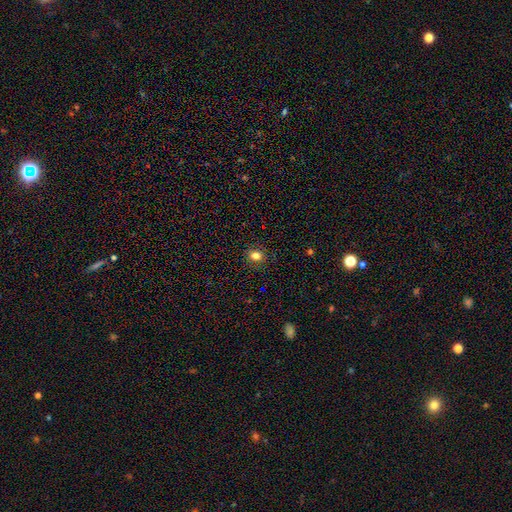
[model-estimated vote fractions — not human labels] The model was most divided on "how rounded": round: 70%, in between: 29%, cigar-shaped: 1%. More confident: merging — none (90%); smooth or featured — smooth (82%).